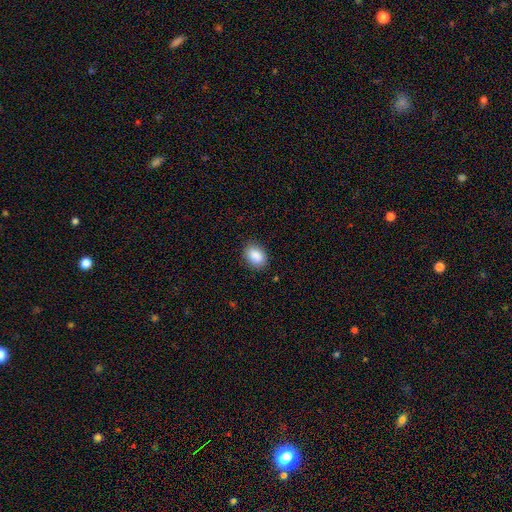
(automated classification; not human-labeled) Smooth or featured?
  - smooth: 89% *
  - star or artifact: 7%
  - featured or disk: 4%
How rounded?
  - in between: 79% *
  - round: 20%
  - cigar-shaped: 1%
Merging?
  - none: 85% *
  - minor disturbance: 11%
  - major disturbance: 3%
  - merger: 1%